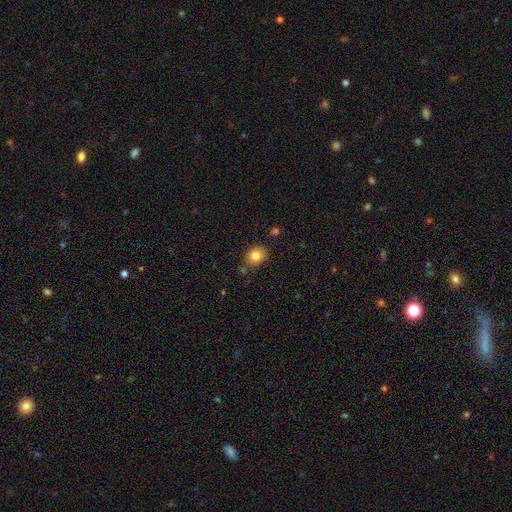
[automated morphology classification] smooth_or_featured: smooth (p=0.82) [alt: star or artifact p=0.10]
how_rounded: round (p=0.63) [alt: in between p=0.36]
merging: none (p=0.78) [alt: minor disturbance p=0.15]